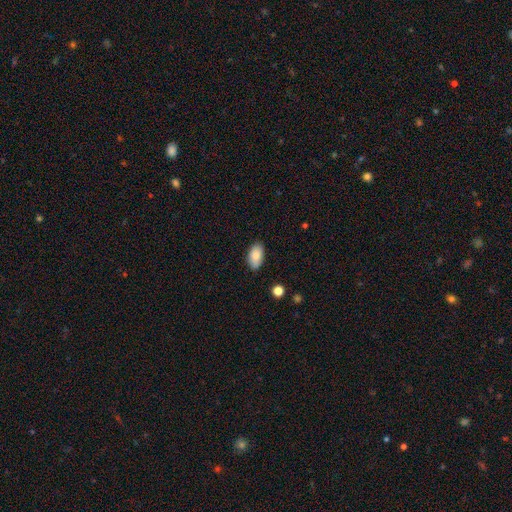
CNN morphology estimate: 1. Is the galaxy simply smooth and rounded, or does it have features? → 83% smooth, 10% featured or disk, 7% star or artifact.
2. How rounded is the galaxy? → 94% in between, 4% round, 2% cigar-shaped.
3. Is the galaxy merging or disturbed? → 85% none, 12% minor disturbance, 2% major disturbance, 1% merger.